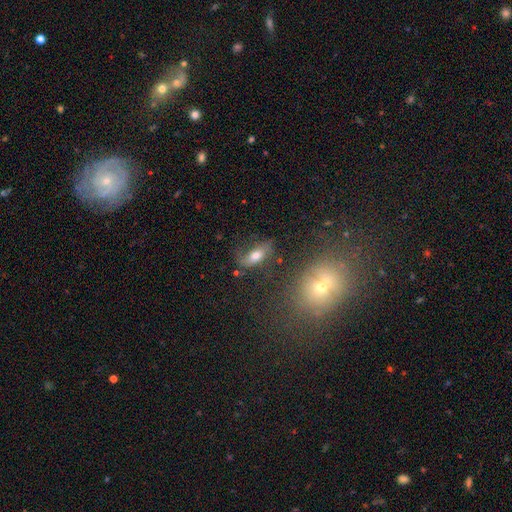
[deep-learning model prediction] Smooth or featured?
  - smooth: 55% *
  - featured or disk: 33%
  - star or artifact: 13%
How rounded?
  - in between: 79% *
  - cigar-shaped: 14%
  - round: 7%
Merging?
  - none: 52% *
  - minor disturbance: 23%
  - major disturbance: 17%
  - merger: 8%